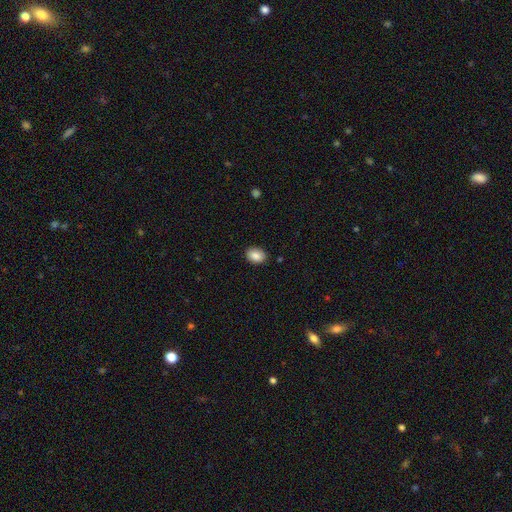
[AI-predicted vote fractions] The model was most divided on "how rounded": in between: 65%, round: 34%, cigar-shaped: 1%. More confident: merging — none (88%); smooth or featured — smooth (88%).